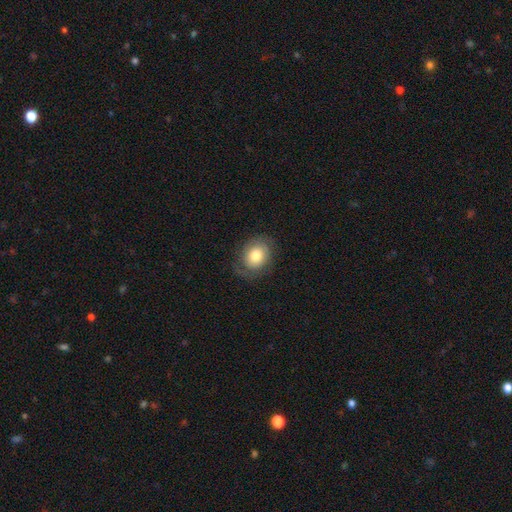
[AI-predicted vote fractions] The model was most divided on "how rounded": round: 52%, in between: 47%, cigar-shaped: 1%. More confident: merging — none (71%); smooth or featured — smooth (69%).